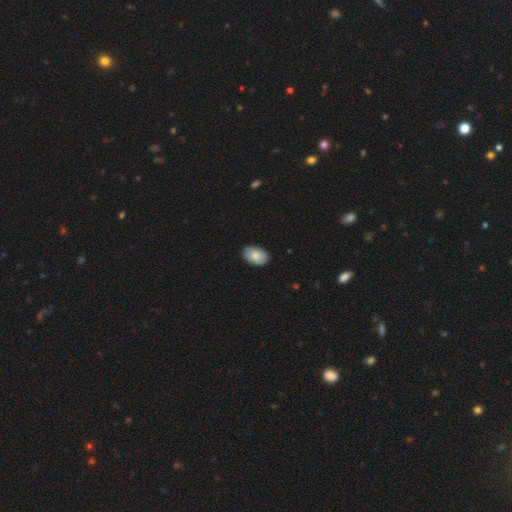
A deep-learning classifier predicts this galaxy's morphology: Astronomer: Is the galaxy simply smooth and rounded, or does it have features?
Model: smooth — 85%.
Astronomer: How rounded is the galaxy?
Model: in between — 90%.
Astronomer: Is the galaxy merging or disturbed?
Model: none — 88%.